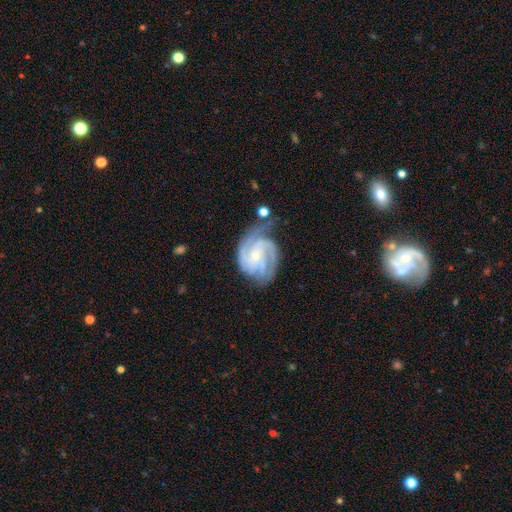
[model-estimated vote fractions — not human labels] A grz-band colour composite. It shows a featured or disk galaxy (90%) with no bar (62%), 3 (49%) tight (59%) spiral arms (98%) and a small central bulge (73%). Merging: none (63%).